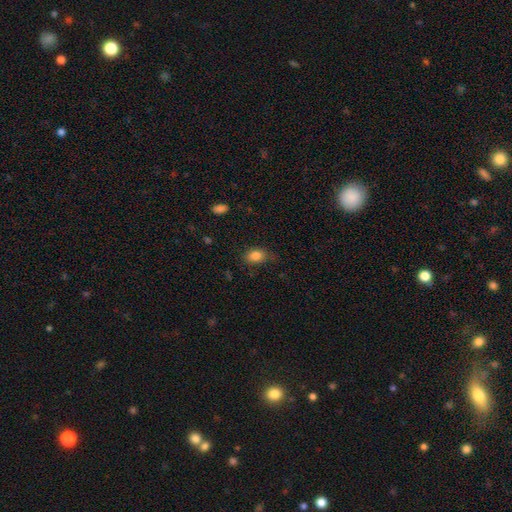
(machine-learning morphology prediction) Q: Smooth or featured?
A: smooth (84%); runner-up: star or artifact (10%)
Q: How rounded?
A: in between (75%); runner-up: round (23%)
Q: Merging?
A: none (72%); runner-up: minor disturbance (21%)